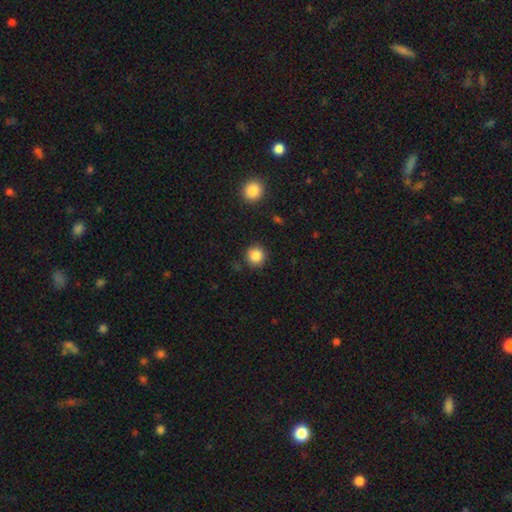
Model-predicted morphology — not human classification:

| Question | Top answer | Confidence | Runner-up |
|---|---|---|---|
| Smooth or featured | smooth | 86% | star or artifact (10%) |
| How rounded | round | 93% | in between (7%) |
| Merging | none | 88% | minor disturbance (8%) |